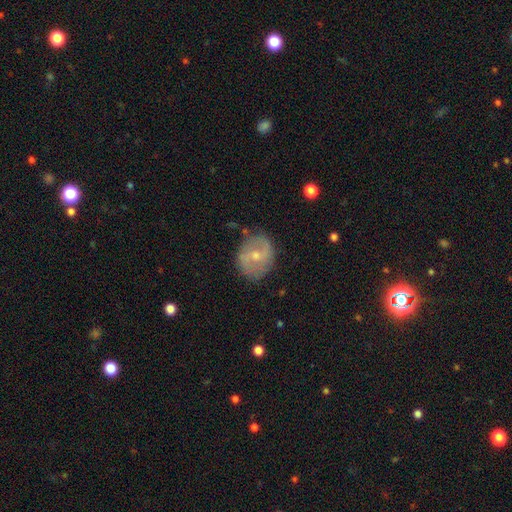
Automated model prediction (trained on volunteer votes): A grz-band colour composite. It shows a featured or disk galaxy (63%) with a weak bar (46%), spiral arms (72%) and a small central bulge (49%). Merging: none (76%).